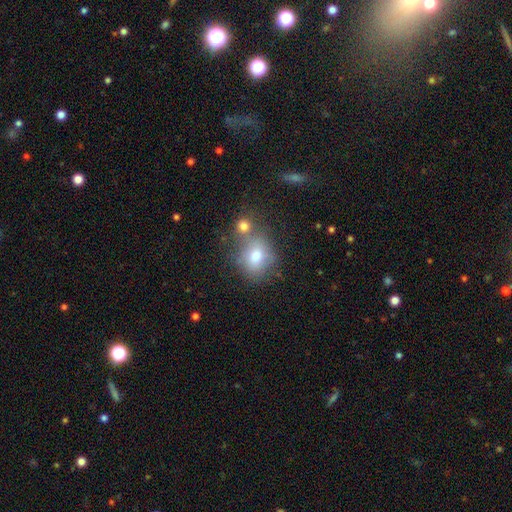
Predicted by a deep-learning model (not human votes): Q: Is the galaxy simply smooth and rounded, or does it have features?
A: smooth — 71%.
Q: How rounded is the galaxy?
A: round — 56%.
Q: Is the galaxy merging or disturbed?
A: none — 51%.